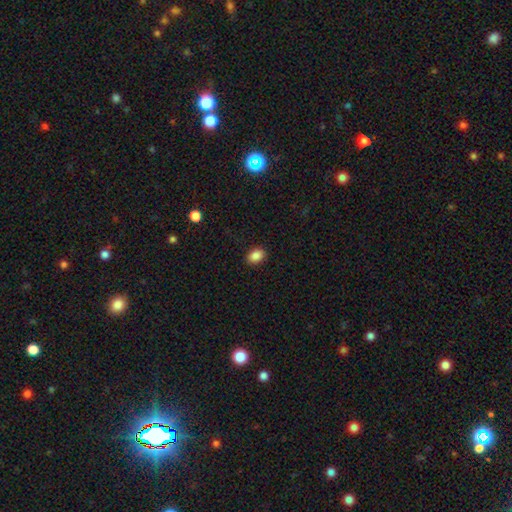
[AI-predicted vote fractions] This appears to be a smooth galaxy with no disk features (87%) that is in between round and cigar-shaped (74%). Merging: none (89%).